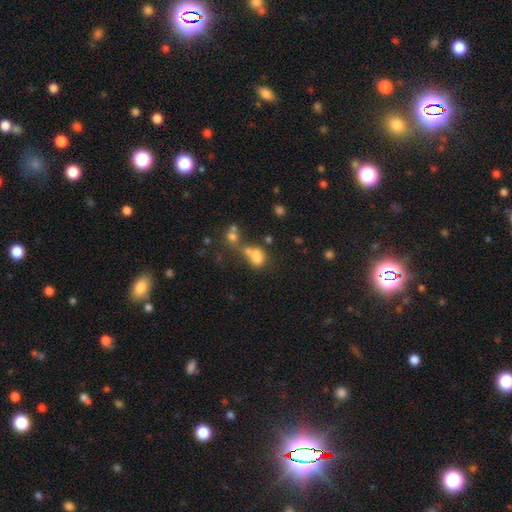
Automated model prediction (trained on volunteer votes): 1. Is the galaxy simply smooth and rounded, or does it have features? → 71% smooth, 15% featured or disk, 14% star or artifact.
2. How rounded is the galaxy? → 65% in between, 33% round, 2% cigar-shaped.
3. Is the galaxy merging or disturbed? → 51% merger, 26% none, 12% minor disturbance, 11% major disturbance.